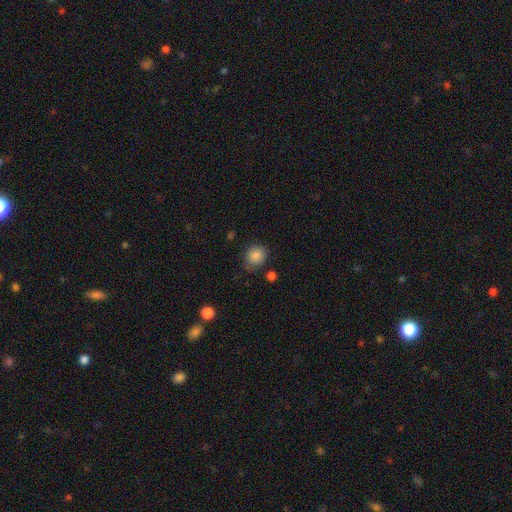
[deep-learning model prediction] smooth-or-featured: smooth: 85% | star or artifact: 9% | featured or disk: 6%
  how-rounded: round: 76% | in between: 23% | cigar-shaped: 1%
  merging: none: 72% | minor disturbance: 20% | major disturbance: 5% | merger: 3%